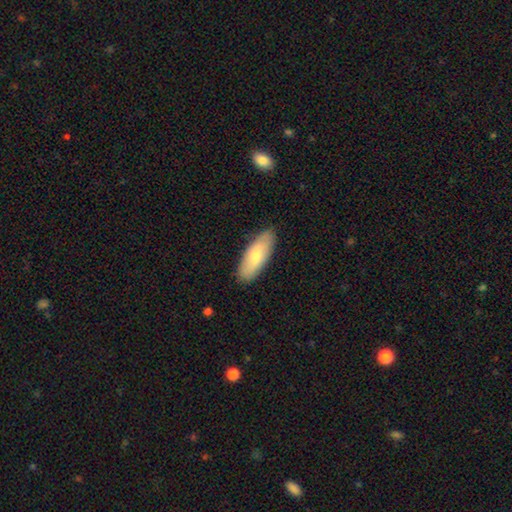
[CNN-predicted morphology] type=smooth (73%); roundness=in between (75%); merging=none (85%).